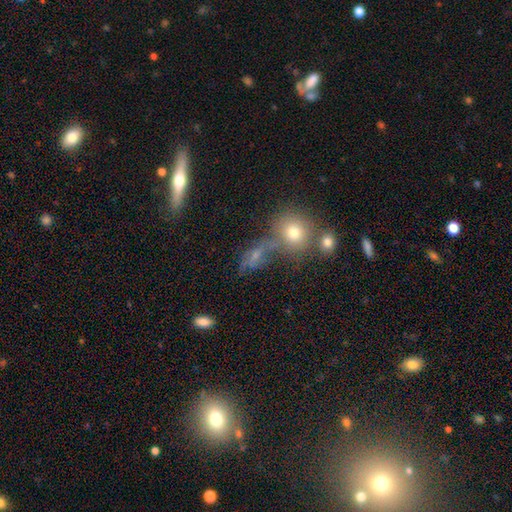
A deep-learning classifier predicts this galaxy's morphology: Smooth or featured?
  - smooth: 48% *
  - featured or disk: 29%
  - star or artifact: 23%
Merging?
  - none: 43% *
  - merger: 27%
  - minor disturbance: 17%
  - major disturbance: 14%